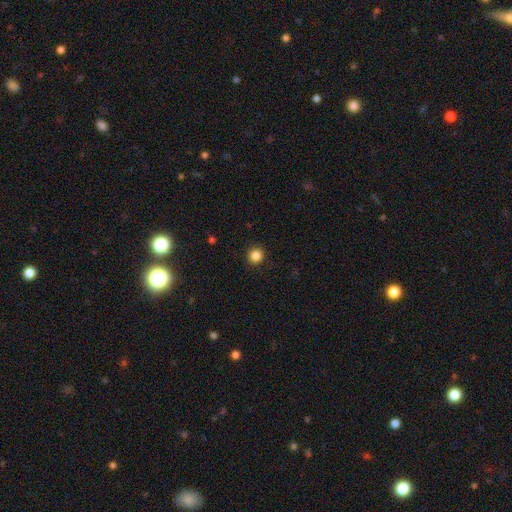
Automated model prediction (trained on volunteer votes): smooth-or-featured: smooth: 85% | star or artifact: 11% | featured or disk: 3%
  how-rounded: round: 93% | in between: 6% | cigar-shaped: 1%
  merging: none: 92% | minor disturbance: 5% | major disturbance: 2% | merger: 1%